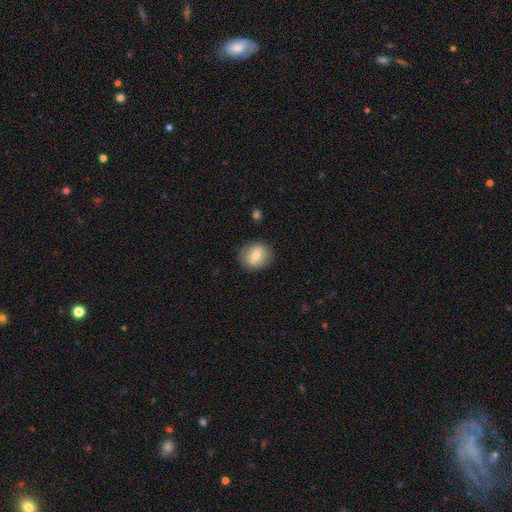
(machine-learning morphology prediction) Smooth or featured? Predicted: smooth (p=0.66). How rounded? Predicted: round (p=0.75). Merging? Predicted: none (p=0.86).